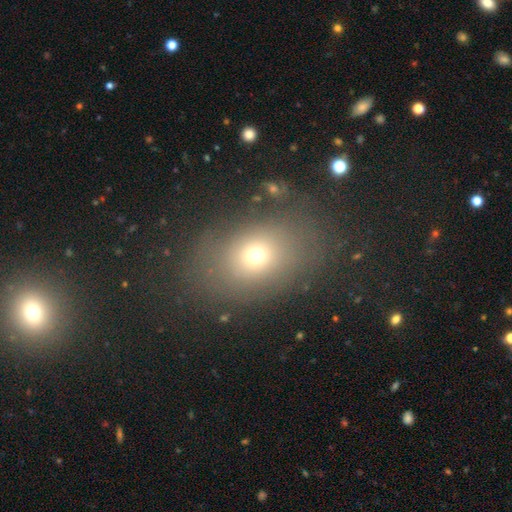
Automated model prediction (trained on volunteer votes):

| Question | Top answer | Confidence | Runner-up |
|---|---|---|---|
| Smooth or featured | smooth | 67% | star or artifact (18%) |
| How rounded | in between | 60% | round (38%) |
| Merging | none | 72% | minor disturbance (15%) |